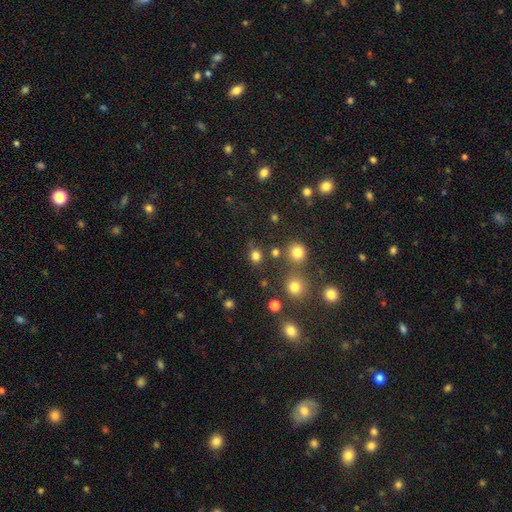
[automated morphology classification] The model was most divided on "how rounded": round: 79%, in between: 19%, cigar-shaped: 1%. More confident: smooth or featured — smooth (78%); merging — none (74%).